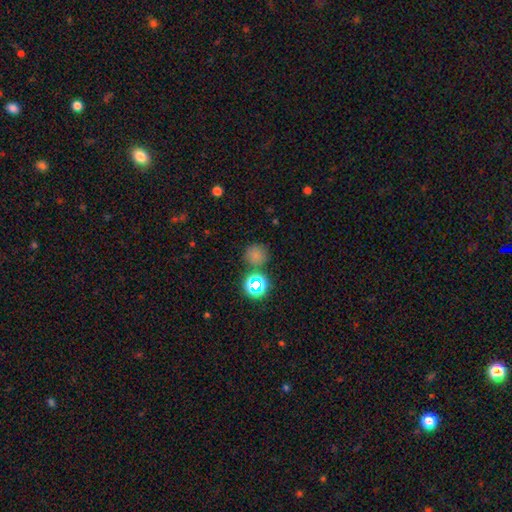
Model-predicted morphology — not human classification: A smooth galaxy with no disk features (69%) that is round (90%). Merging: none (75%).